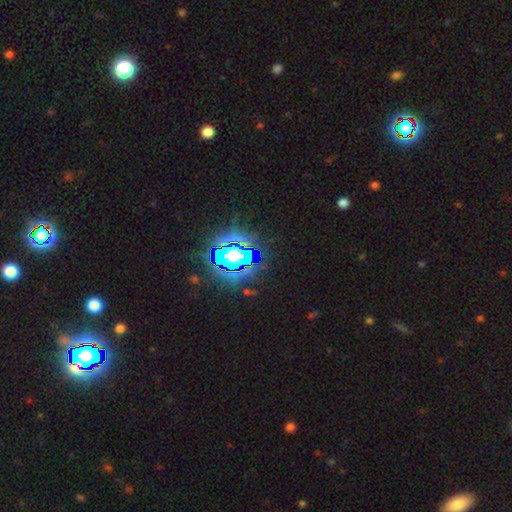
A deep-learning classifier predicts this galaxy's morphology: This appears to be a star or artifact, not a galaxy (65%).